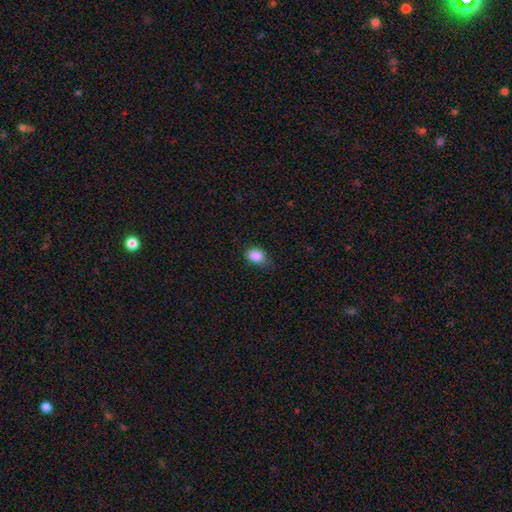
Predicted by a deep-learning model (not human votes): This is clearly a smooth galaxy (87%). How rounded: likely in between (77%). Merging: likely none (61%).